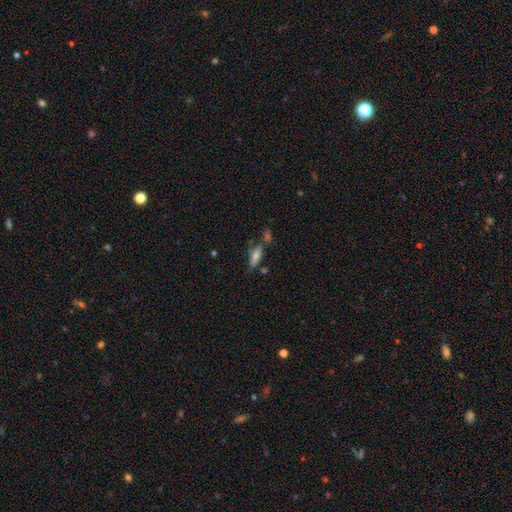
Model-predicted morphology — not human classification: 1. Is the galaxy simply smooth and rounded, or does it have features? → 64% smooth, 25% featured or disk, 11% star or artifact.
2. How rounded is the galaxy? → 55% in between, 42% cigar-shaped, 3% round.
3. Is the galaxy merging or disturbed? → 55% none, 20% merger, 17% minor disturbance, 8% major disturbance.